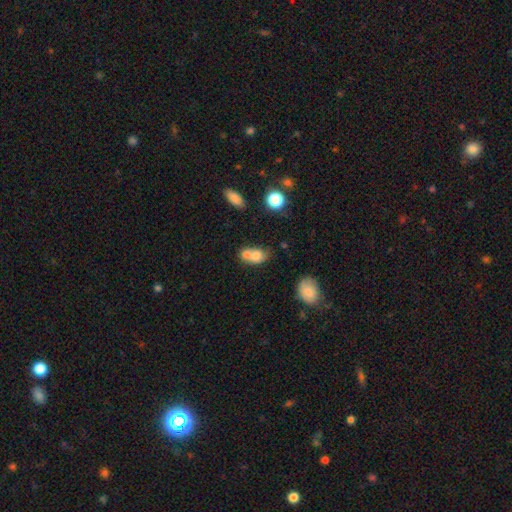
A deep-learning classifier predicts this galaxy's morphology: A smooth galaxy with no disk features (73%) that is in between round and cigar-shaped (67%).

Vote fractions:
- Smooth or featured? smooth: 73% / featured or disk: 17% / star or artifact: 10%
- How rounded? in between: 67% / round: 30% / cigar-shaped: 3%
- Merging? merger: 60% / none: 24% / minor disturbance: 10% / major disturbance: 5%